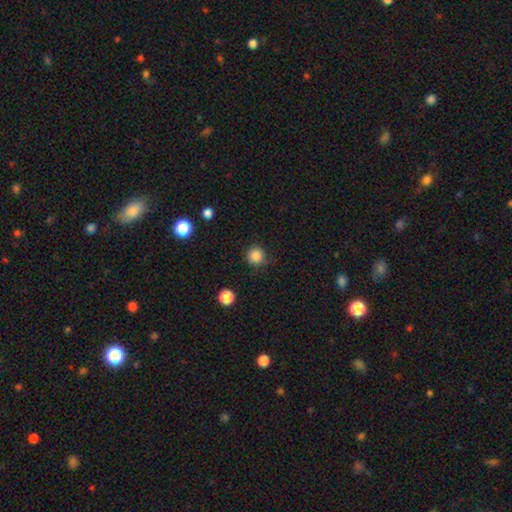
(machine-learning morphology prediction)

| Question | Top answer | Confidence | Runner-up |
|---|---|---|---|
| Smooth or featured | smooth | 85% | star or artifact (12%) |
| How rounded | round | 95% | in between (4%) |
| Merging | none | 85% | minor disturbance (11%) |